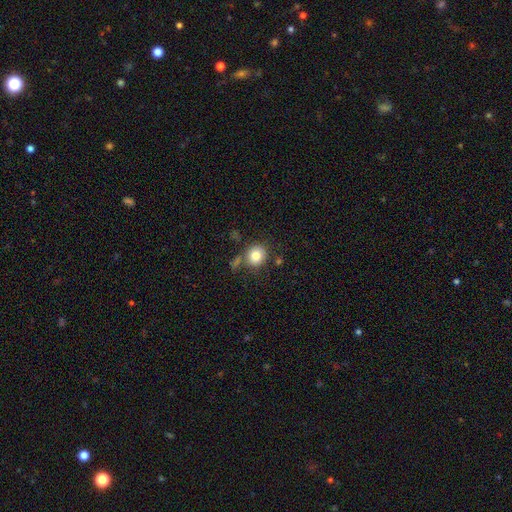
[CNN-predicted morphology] This appears to be a smooth galaxy with no disk features (81%) that is round (81%). Merging: none (70%).